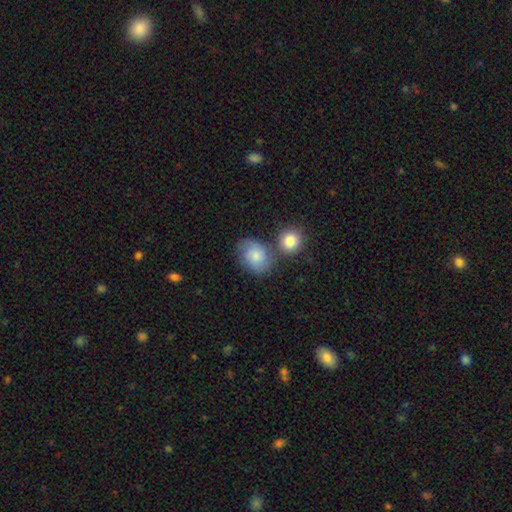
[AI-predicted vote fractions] Morphology: type=smooth (72%); roundness=in between (55%); merging=none (54%).